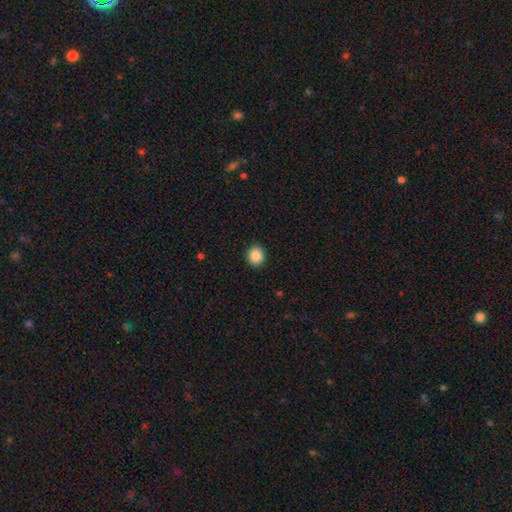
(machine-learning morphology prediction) type=smooth (88%); roundness=round (80%); merging=none (91%).